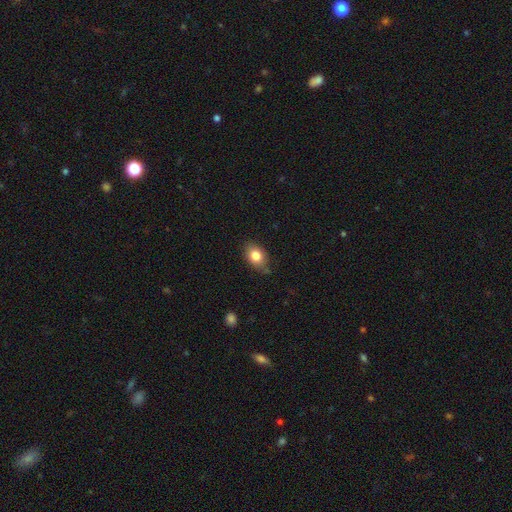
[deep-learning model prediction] smooth 82%, featured or disk 10%, star or artifact 9%. Down the decision tree: how rounded — in between (76%); merging — none (75%).